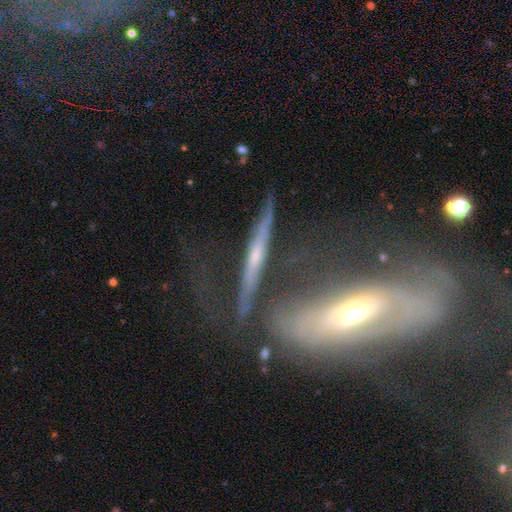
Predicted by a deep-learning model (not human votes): smooth_or_featured: featured or disk (p=0.71) [alt: smooth p=0.19]
disk_edge_on: yes (p=0.84) [alt: no p=0.16]
edge_on_bulge: rounded (p=0.53) [alt: none p=0.37]
merging: none (p=0.56) [alt: minor disturbance p=0.18]